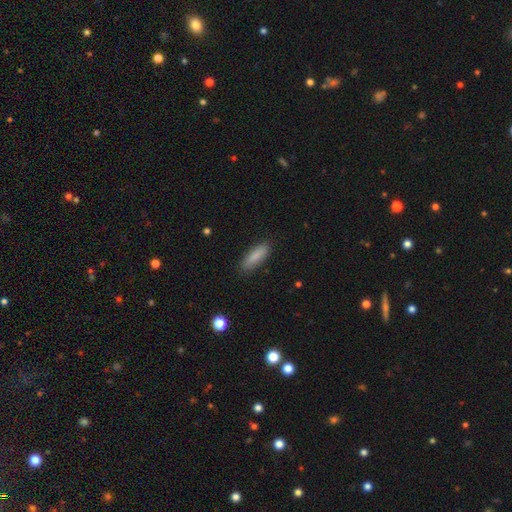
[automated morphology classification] A smooth galaxy with no disk features (86%) that is cigar-shaped (53%).

Vote fractions:
- Smooth or featured? smooth: 86% / featured or disk: 7% / star or artifact: 7%
- How rounded? cigar-shaped: 53% / in between: 45% / round: 2%
- Merging? none: 87% / minor disturbance: 10% / major disturbance: 2% / merger: 1%